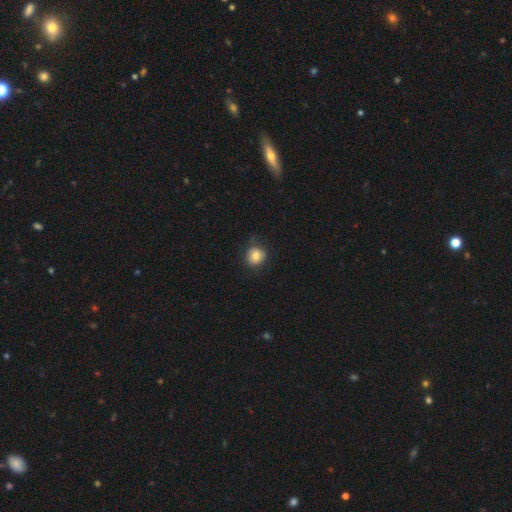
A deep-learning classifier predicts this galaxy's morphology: Smooth or featured? Predicted: smooth (p=0.79). How rounded? Predicted: round (p=0.84). Merging? Predicted: none (p=0.78).